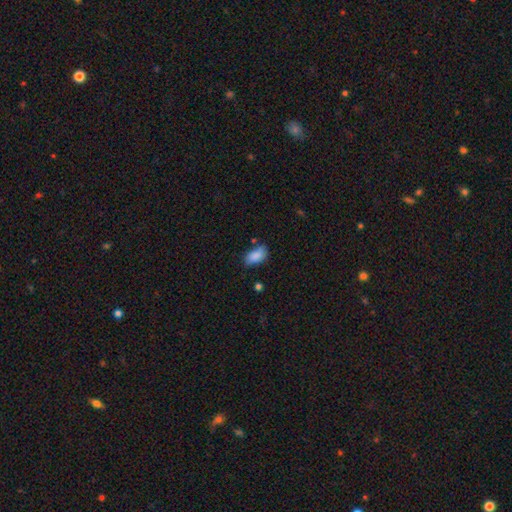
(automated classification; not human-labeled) Morphology: type=smooth (86%); roundness=in between (92%); merging=none (66%).